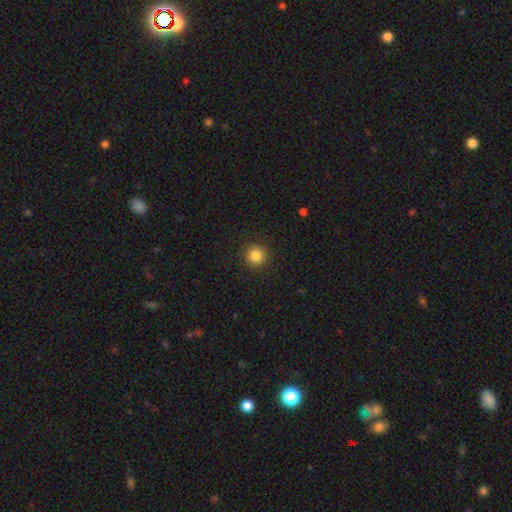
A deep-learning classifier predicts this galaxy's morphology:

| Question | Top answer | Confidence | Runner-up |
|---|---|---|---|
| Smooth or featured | smooth | 85% | star or artifact (11%) |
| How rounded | round | 95% | in between (4%) |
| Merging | none | 92% | minor disturbance (5%) |